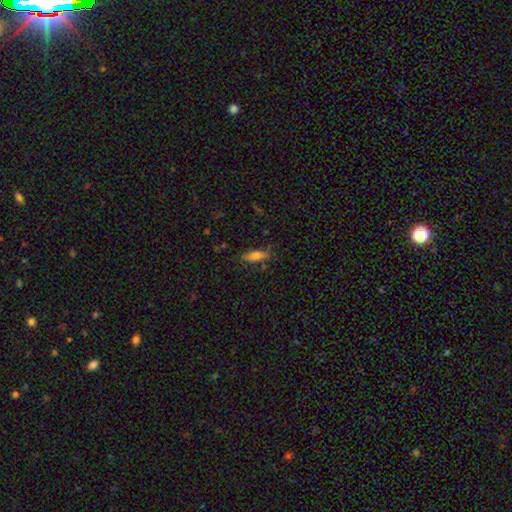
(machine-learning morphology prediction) smooth 73%, featured or disk 18%, star or artifact 9%. Down the decision tree: how rounded — in between (55%); merging — none (71%).